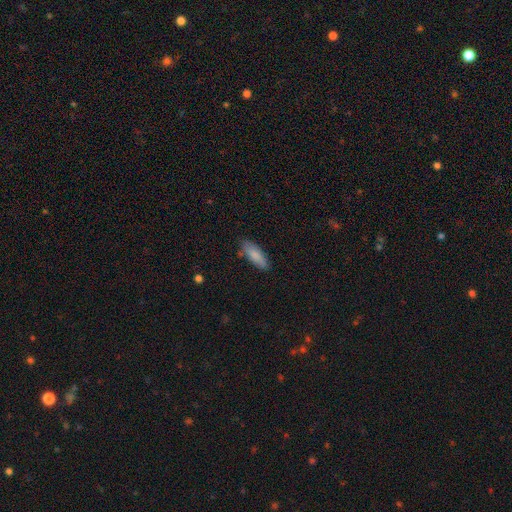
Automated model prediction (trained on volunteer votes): A smooth galaxy with no disk features (84%) that is in between round and cigar-shaped (63%). Merging: none (81%).